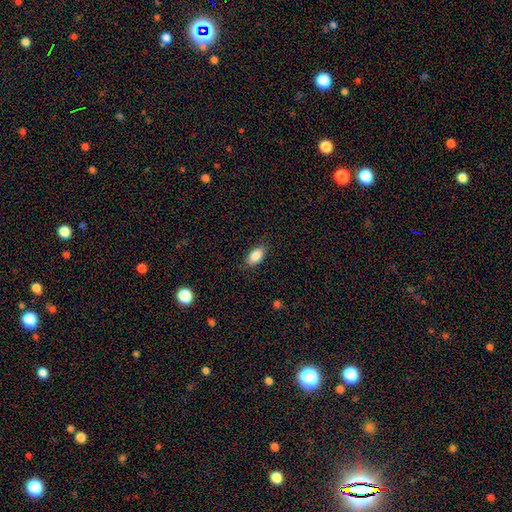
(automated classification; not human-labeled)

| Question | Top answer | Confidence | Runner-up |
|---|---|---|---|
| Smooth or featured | smooth | 87% | star or artifact (7%) |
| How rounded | in between | 91% | round (5%) |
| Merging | none | 83% | minor disturbance (13%) |